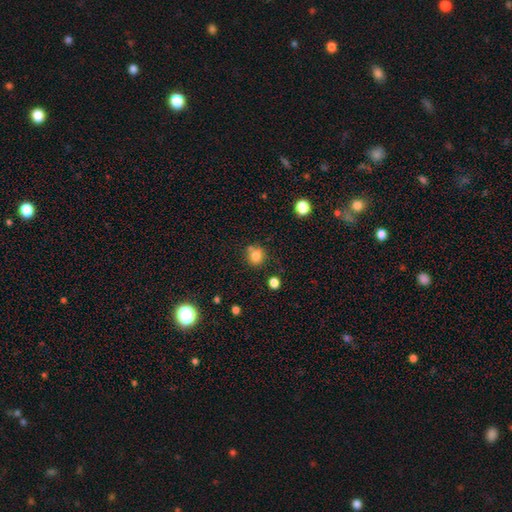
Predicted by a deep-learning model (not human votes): A smooth galaxy with no disk features (78%) that is round (87%).

Vote fractions:
- Smooth or featured? smooth: 78% / star or artifact: 13% / featured or disk: 9%
- How rounded? round: 87% / in between: 13% / cigar-shaped: 1%
- Merging? none: 67% / merger: 15% / minor disturbance: 14% / major disturbance: 4%